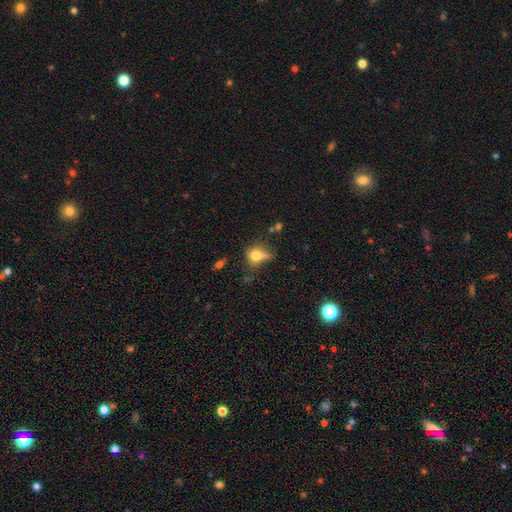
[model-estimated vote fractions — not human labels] smooth 72%, featured or disk 15%, star or artifact 13%. Down the decision tree: how rounded — in between (49%); merging — none (40%).